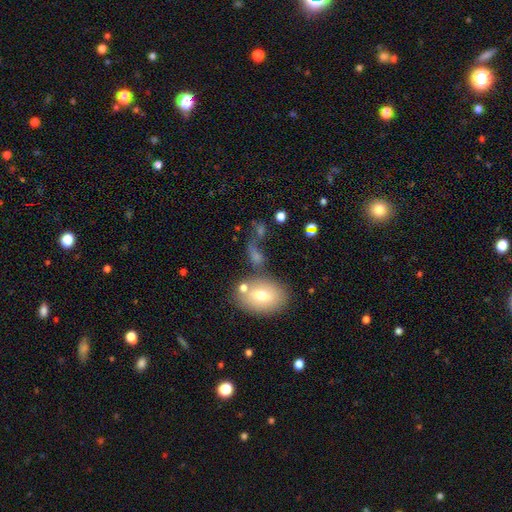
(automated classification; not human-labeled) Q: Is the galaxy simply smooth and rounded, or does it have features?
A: smooth — 52%.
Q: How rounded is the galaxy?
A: in between — 65%.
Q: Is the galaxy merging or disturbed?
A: none — 55%.